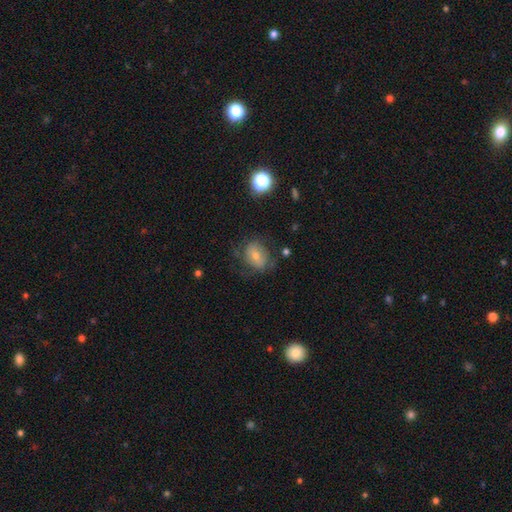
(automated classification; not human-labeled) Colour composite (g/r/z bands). It shows a smooth galaxy with no disk features (48%). Merging: none (64%).